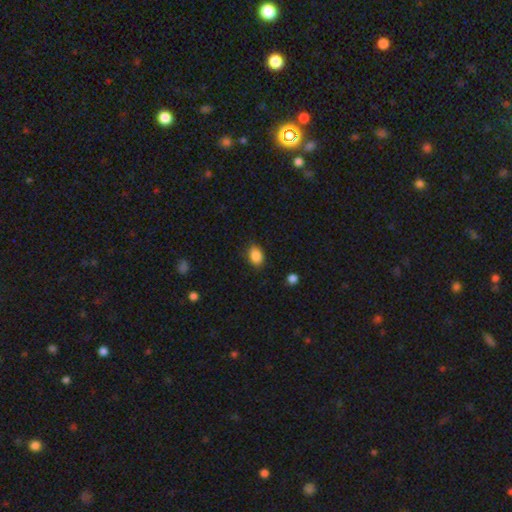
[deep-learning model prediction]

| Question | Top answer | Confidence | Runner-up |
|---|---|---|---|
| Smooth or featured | smooth | 88% | star or artifact (8%) |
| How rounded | in between | 78% | round (21%) |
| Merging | none | 83% | minor disturbance (13%) |